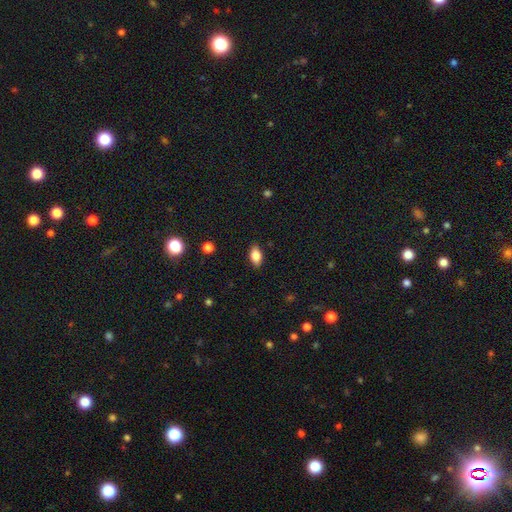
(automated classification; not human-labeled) This appears to be a smooth galaxy with no disk features (83%) that is in between round and cigar-shaped (89%). Merging: none (87%).